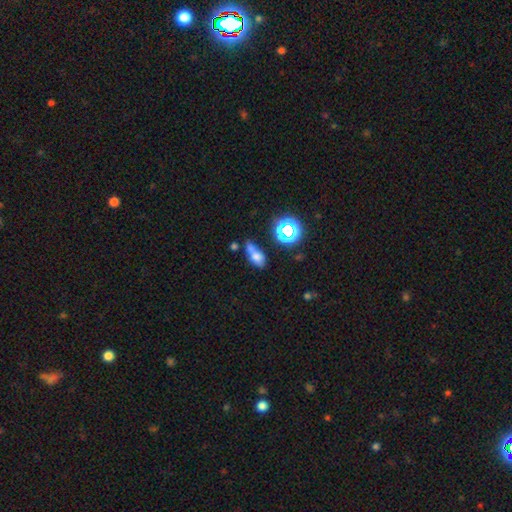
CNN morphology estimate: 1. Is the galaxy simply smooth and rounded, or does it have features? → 61% smooth, 20% star or artifact, 19% featured or disk.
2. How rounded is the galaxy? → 68% in between, 17% round, 15% cigar-shaped.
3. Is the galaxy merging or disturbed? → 35% none, 31% merger, 22% minor disturbance, 12% major disturbance.